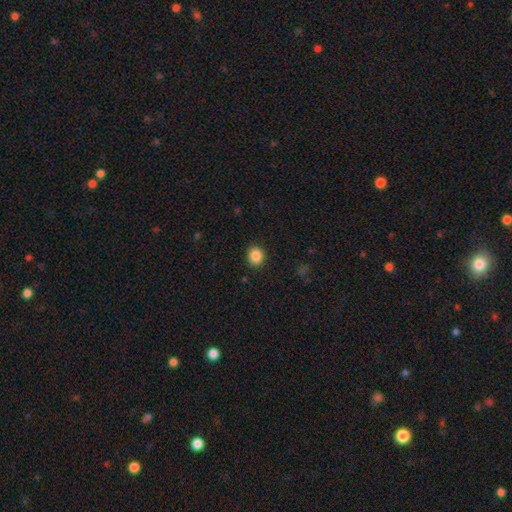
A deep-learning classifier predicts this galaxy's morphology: Smooth or featured: smooth — 86% (star or artifact — 10%)
How rounded: round — 80% (in between — 19%)
Merging: none — 89% (minor disturbance — 8%)